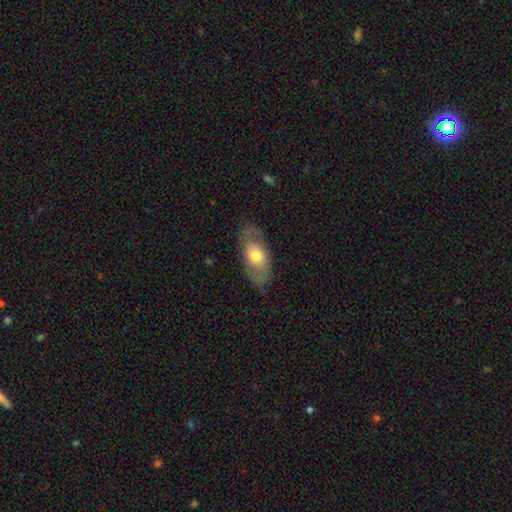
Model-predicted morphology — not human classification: Smooth or featured?
  - smooth: 49% *
  - featured or disk: 45%
  - star or artifact: 6%
Merging?
  - none: 78% *
  - minor disturbance: 15%
  - major disturbance: 6%
  - merger: 1%